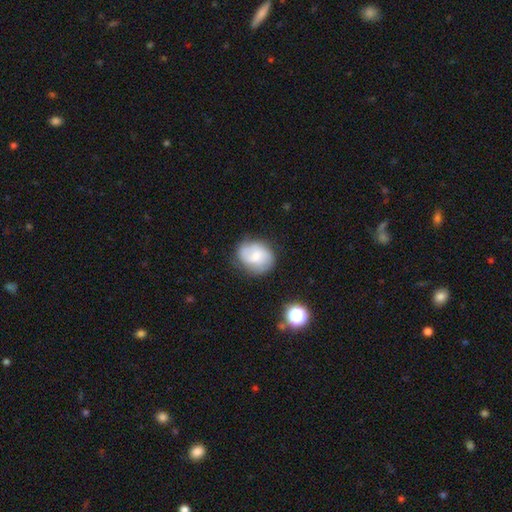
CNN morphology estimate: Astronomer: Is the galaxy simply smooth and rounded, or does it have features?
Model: featured or disk — 46% (runner-up: smooth, 45%).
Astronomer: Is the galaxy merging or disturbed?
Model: none — 69%.